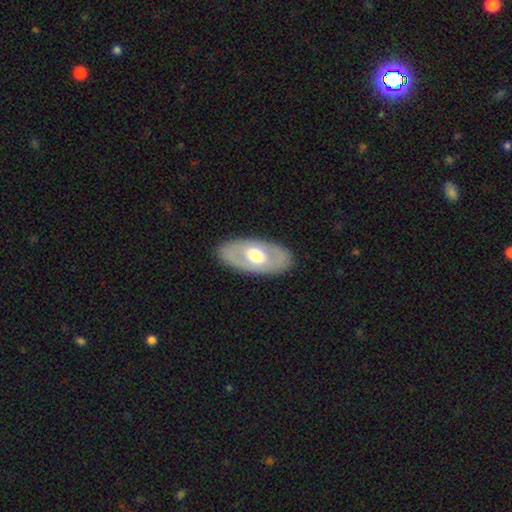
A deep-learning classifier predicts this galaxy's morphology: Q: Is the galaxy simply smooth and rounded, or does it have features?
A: featured or disk — 52%.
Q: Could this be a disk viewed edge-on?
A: no — 86%.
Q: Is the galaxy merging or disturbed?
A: none — 85%.